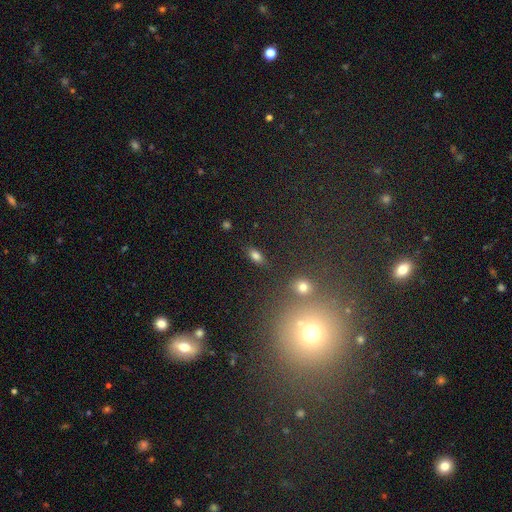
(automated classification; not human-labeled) Morphology: type=smooth (80%); roundness=in between (86%); merging=none (84%).